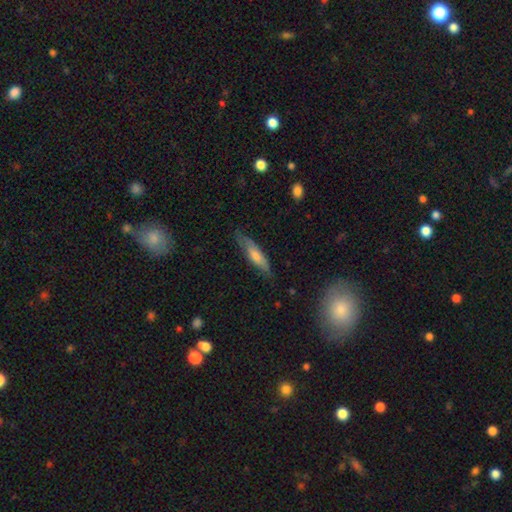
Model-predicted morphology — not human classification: smooth_or_featured: smooth (p=0.56) [alt: featured or disk p=0.37]
how_rounded: cigar-shaped (p=0.72) [alt: in between p=0.26]
merging: none (p=0.75) [alt: minor disturbance p=0.19]